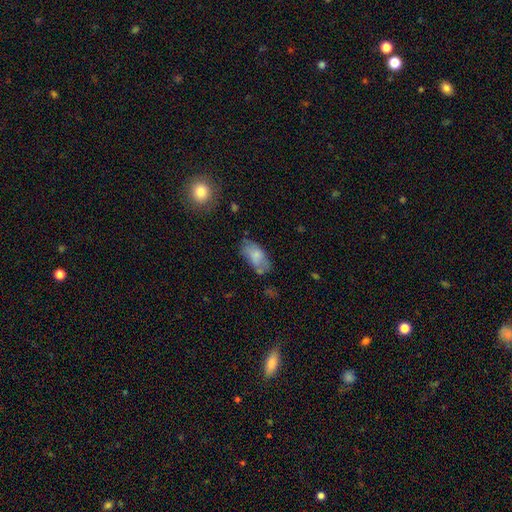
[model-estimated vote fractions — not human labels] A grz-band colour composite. It shows a smooth galaxy with no disk features (71%) that is in between round and cigar-shaped (92%). Merging: none (53%).